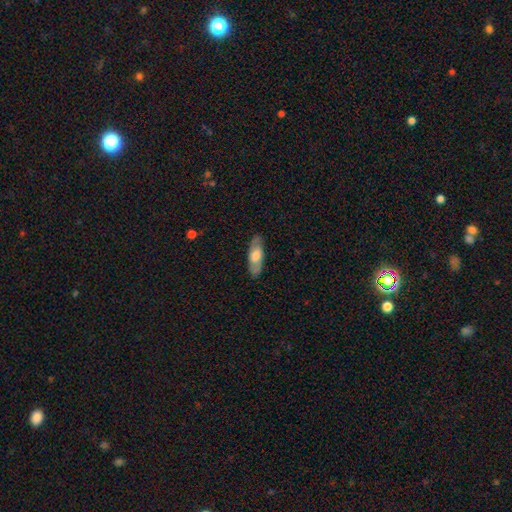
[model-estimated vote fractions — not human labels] Overall: smooth (58%; featured or disk 37%). How rounded: in between (66%; cigar-shaped 31%). Merging: none (84%).